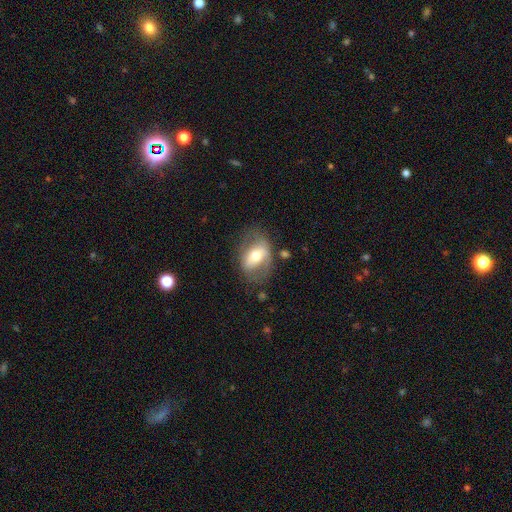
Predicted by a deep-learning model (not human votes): This appears to be a featured or disk galaxy (52%). Merging: none (58%).